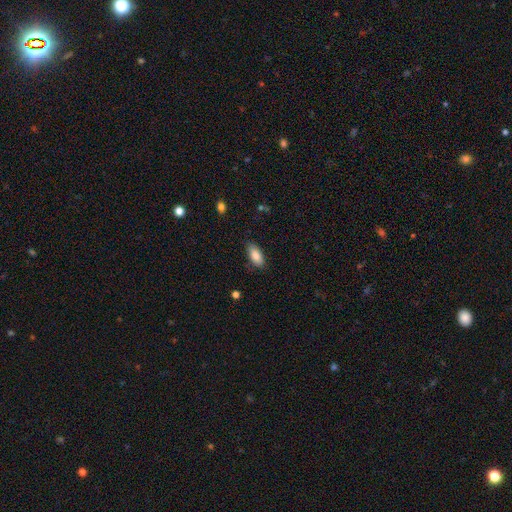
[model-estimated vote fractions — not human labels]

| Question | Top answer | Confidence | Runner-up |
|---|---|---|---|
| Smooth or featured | smooth | 85% | featured or disk (9%) |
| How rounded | in between | 90% | cigar-shaped (8%) |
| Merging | none | 81% | minor disturbance (15%) |